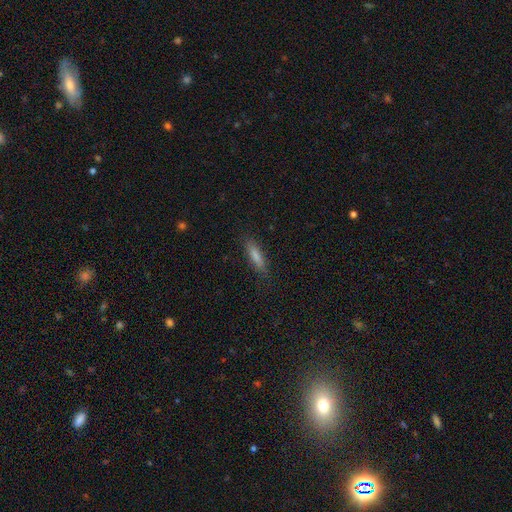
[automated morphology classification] The model was most divided on "smooth or featured": smooth: 73%, featured or disk: 17%, star or artifact: 10%. More confident: merging — none (84%); how rounded — cigar-shaped (78%).